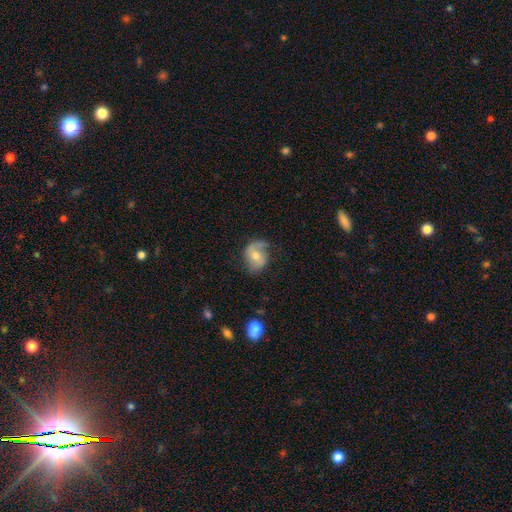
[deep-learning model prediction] Overall: featured or disk (54%; smooth 39%). Edge-on disk: no (96%). Bar: weak (42%, tied with no). Spiral arms: yes (80%). Bulge size: moderate (62%; small 30%). Merging: none (59%; minor disturbance 27%).